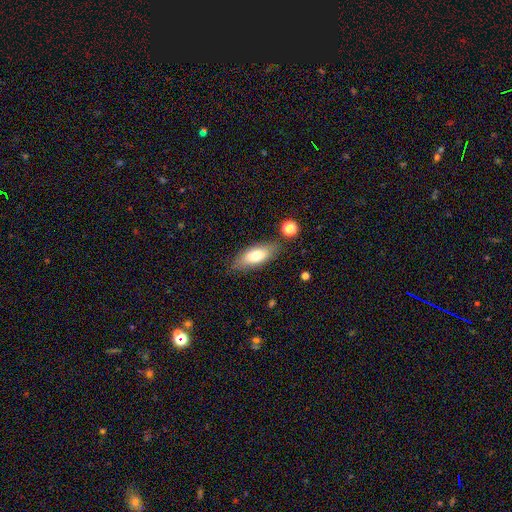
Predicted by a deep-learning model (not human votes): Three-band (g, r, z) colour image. It shows a smooth galaxy with no disk features (71%) that is in between round and cigar-shaped (75%). Merging: none (80%).